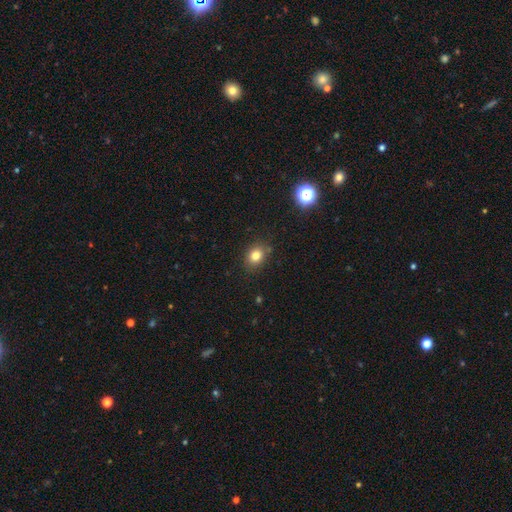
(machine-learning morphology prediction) This is likely a smooth galaxy (80%). How rounded: possibly round (58%). Merging: clearly none (82%).